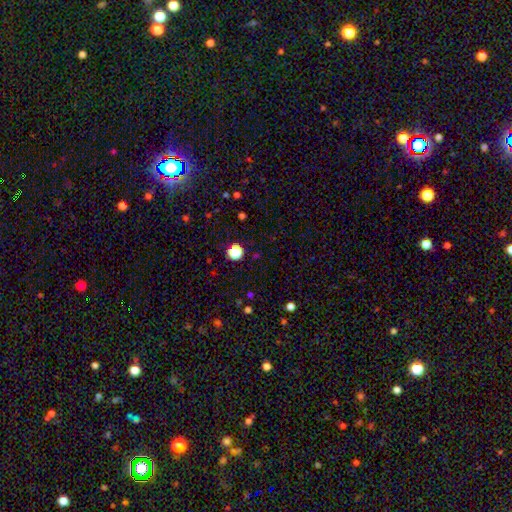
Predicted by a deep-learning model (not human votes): Q: Smooth or featured?
A: star or artifact (49%); runner-up: smooth (45%)